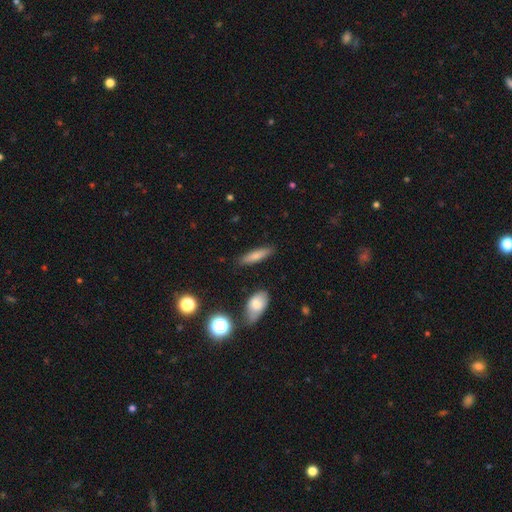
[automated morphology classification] This is likely a smooth galaxy (76%). How rounded: likely cigar-shaped (66%). Merging: clearly none (85%).